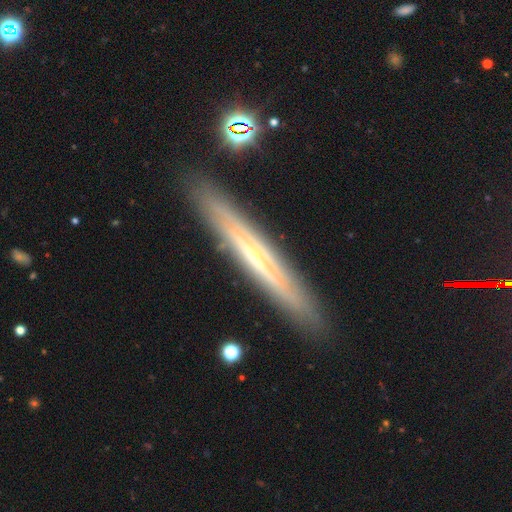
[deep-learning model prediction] Smooth or featured? featured or disk (70%)
Edge-on disk? yes (87%)
Edge-on bulge? rounded (55%)
Merging? none (89%)